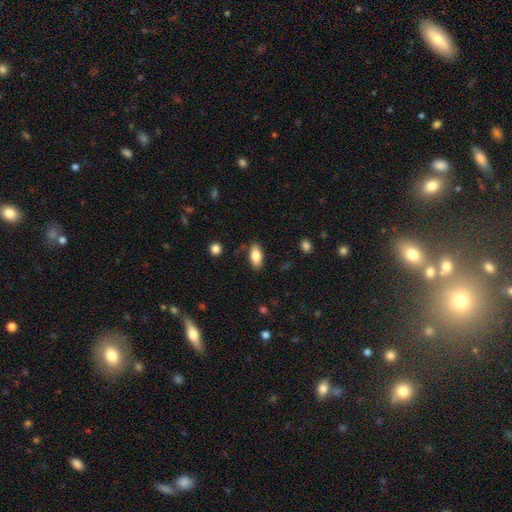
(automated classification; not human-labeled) This appears to be a smooth galaxy with no disk features (83%) that is in between round and cigar-shaped (89%). Merging: none (83%).